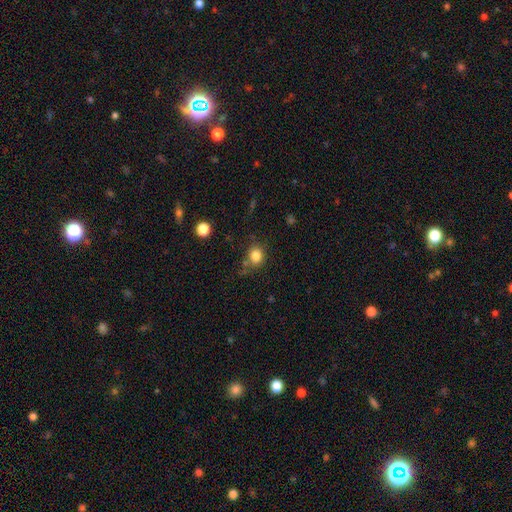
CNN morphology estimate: smooth_or_featured: smooth (p=0.82) [alt: star or artifact p=0.12]
how_rounded: round (p=0.71) [alt: in between p=0.28]
merging: none (p=0.69) [alt: minor disturbance p=0.17]